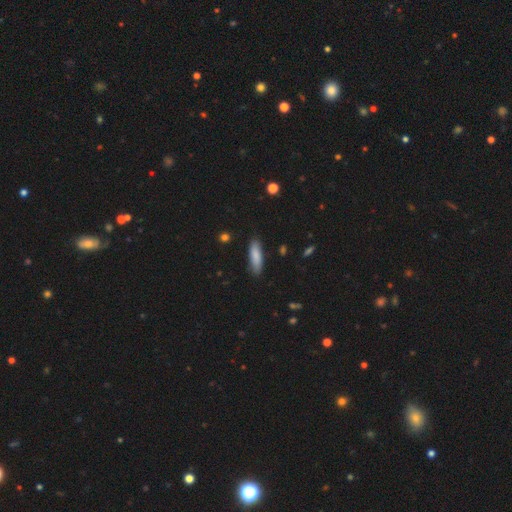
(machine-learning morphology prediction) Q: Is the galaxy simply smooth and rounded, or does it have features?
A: smooth — 85%.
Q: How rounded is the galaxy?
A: cigar-shaped — 57%.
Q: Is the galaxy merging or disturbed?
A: none — 86%.